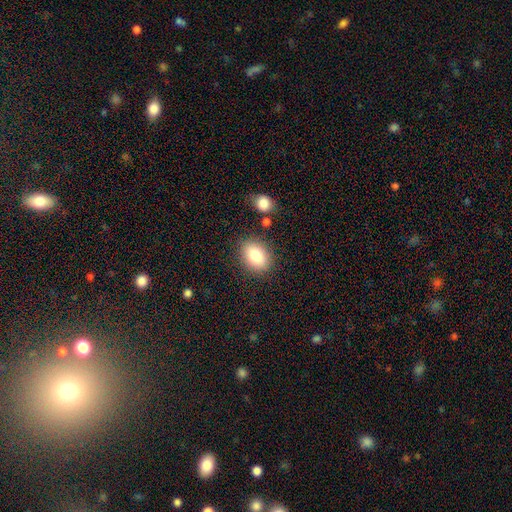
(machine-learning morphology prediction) smooth_or_featured: smooth (p=0.83) [alt: featured or disk p=0.09]
how_rounded: in between (p=0.70) [alt: round p=0.29]
merging: none (p=0.82) [alt: minor disturbance p=0.11]